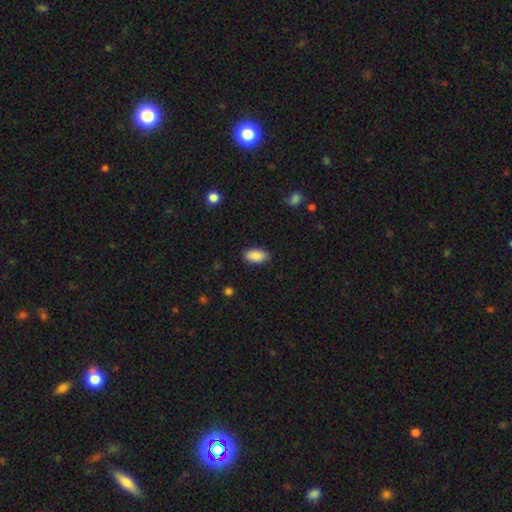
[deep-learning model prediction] Smooth or featured? smooth (89%)
How rounded? in between (93%)
Merging? none (86%)